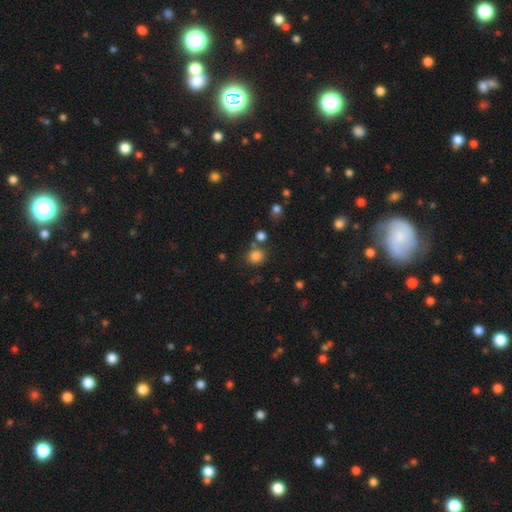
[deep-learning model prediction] Smooth or featured? Predicted: smooth (p=0.82). How rounded? Predicted: round (p=0.81). Merging? Predicted: none (p=0.71).